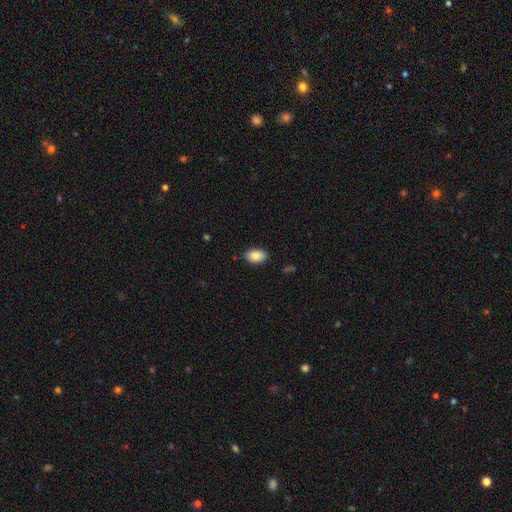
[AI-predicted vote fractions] Smooth or featured?
  - smooth: 87% *
  - star or artifact: 7%
  - featured or disk: 6%
How rounded?
  - in between: 89% *
  - round: 10%
  - cigar-shaped: 1%
Merging?
  - none: 85% *
  - minor disturbance: 12%
  - major disturbance: 2%
  - merger: 1%